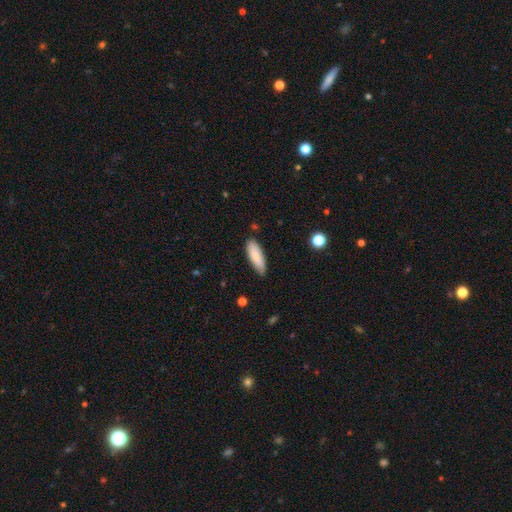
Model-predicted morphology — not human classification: smooth_or_featured: smooth (p=0.86) [alt: featured or disk p=0.08]
how_rounded: in between (p=0.52) [alt: cigar-shaped p=0.47]
merging: none (p=0.81) [alt: minor disturbance p=0.15]